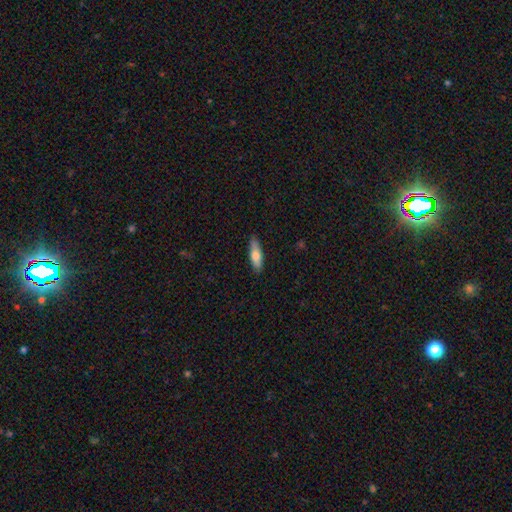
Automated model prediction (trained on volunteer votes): Morphology: type=smooth (72%); roundness=cigar-shaped (52%); merging=none (86%).